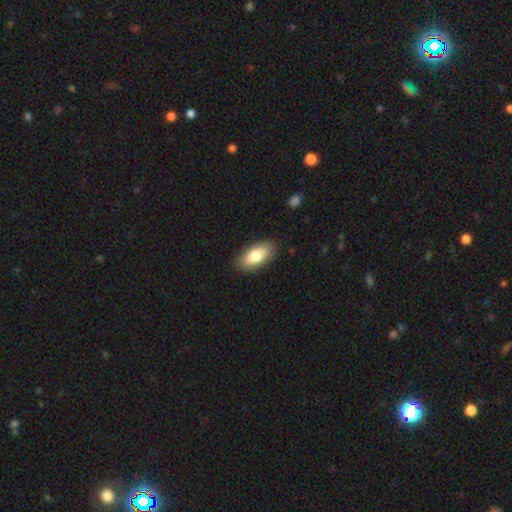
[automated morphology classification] A smooth galaxy with no disk features (78%) that is in between round and cigar-shaped (91%).

Vote fractions:
- Smooth or featured? smooth: 78% / featured or disk: 16% / star or artifact: 6%
- How rounded? in between: 91% / cigar-shaped: 7% / round: 3%
- Merging? none: 88% / minor disturbance: 9% / major disturbance: 2% / merger: 1%